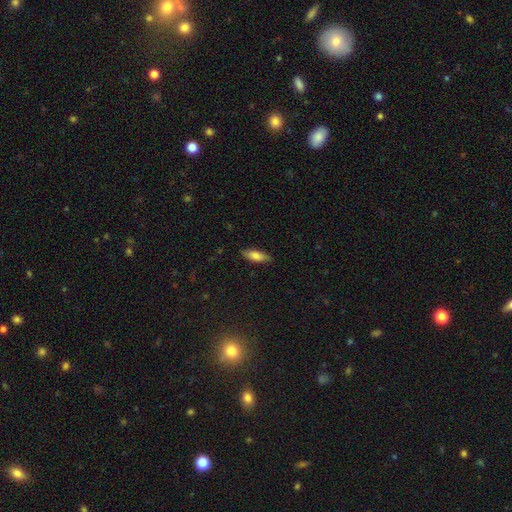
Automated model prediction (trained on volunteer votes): Smooth or featured? Predicted: smooth (p=0.78). How rounded? Predicted: in between (p=0.62). Merging? Predicted: none (p=0.86).